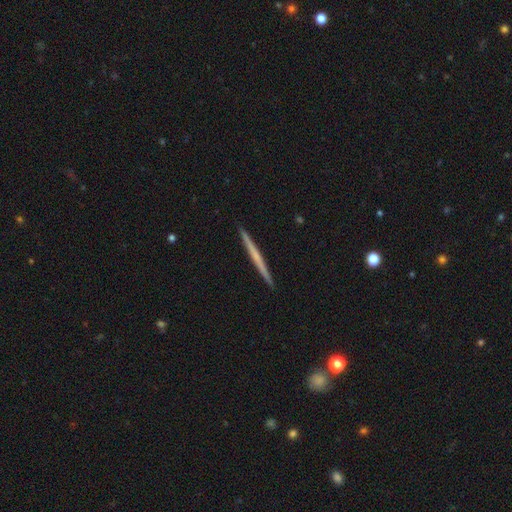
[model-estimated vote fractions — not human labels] This is possibly a featured or disk galaxy (57%). It is clearly viewed edge-on (98%). Edge-on bulge: likely none (78%). Merging: clearly none (93%).